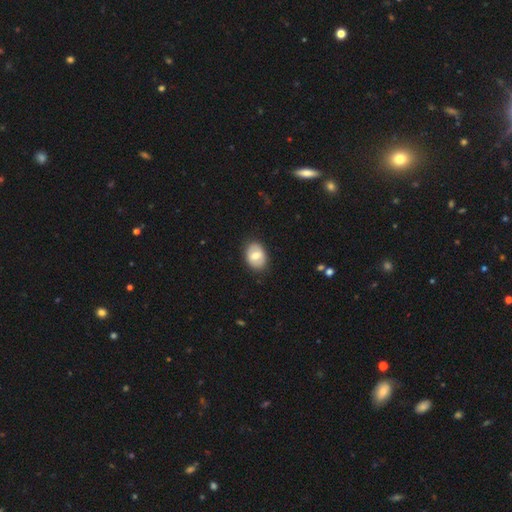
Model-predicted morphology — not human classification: Overall: smooth (67%). How rounded: in between (75%). Merging: none (85%).